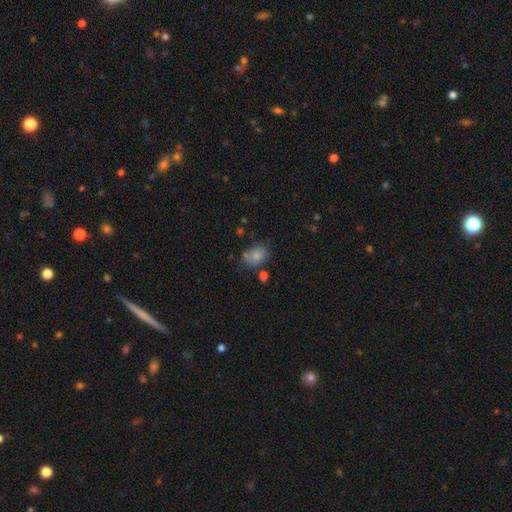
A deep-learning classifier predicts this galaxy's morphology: Smooth or featured: smooth — 79% (featured or disk — 11%)
How rounded: in between — 67% (round — 32%)
Merging: none — 61% (minor disturbance — 23%)